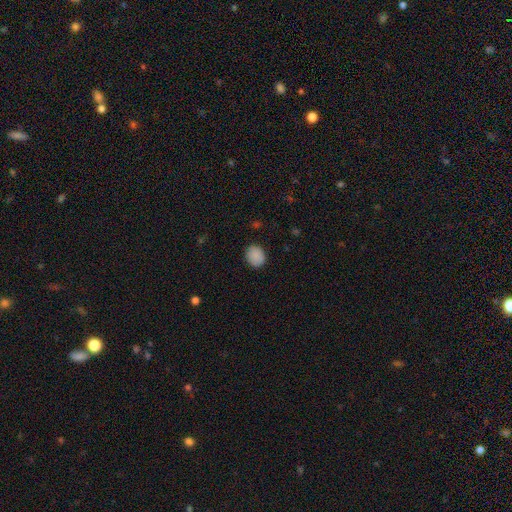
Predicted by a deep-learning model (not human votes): The model was most divided on "how rounded": round: 65%, in between: 34%, cigar-shaped: 1%. More confident: smooth or featured — smooth (88%); merging — none (85%).